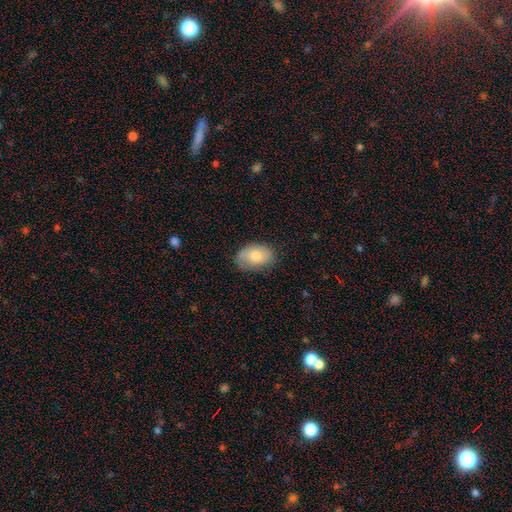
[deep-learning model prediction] Smooth or featured? smooth (72%)
How rounded? in between (85%)
Merging? none (74%)